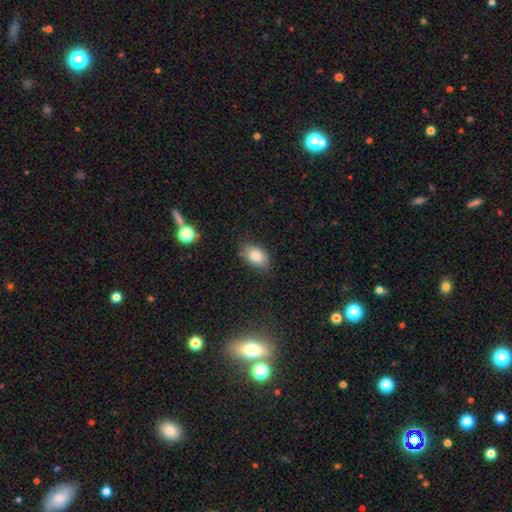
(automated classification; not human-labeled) Smooth or featured? Predicted: smooth (p=0.83). How rounded? Predicted: in between (p=0.84). Merging? Predicted: none (p=0.76).